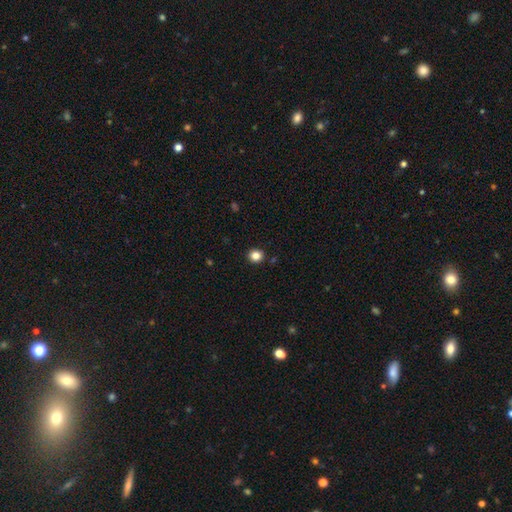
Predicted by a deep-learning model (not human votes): smooth_or_featured: smooth (p=0.84) [alt: star or artifact p=0.12]
how_rounded: round (p=0.89) [alt: in between p=0.10]
merging: none (p=0.92) [alt: minor disturbance p=0.05]